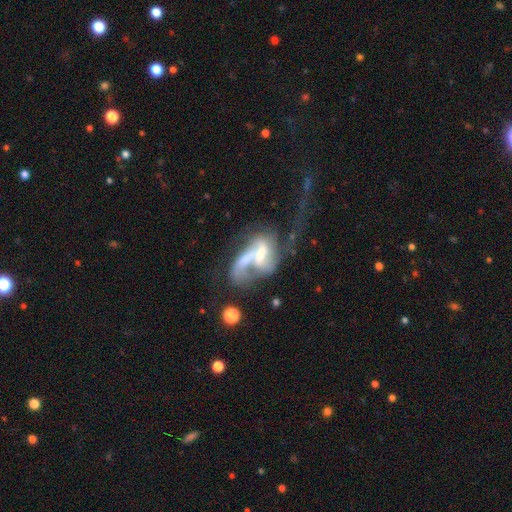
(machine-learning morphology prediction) featured or disk 70%, smooth 21%, star or artifact 9%. Down the decision tree: edge-on disk — no (93%); bar — no (35%); spiral arms — yes (68%); bulge size — moderate (38%); merging — merger (51%).